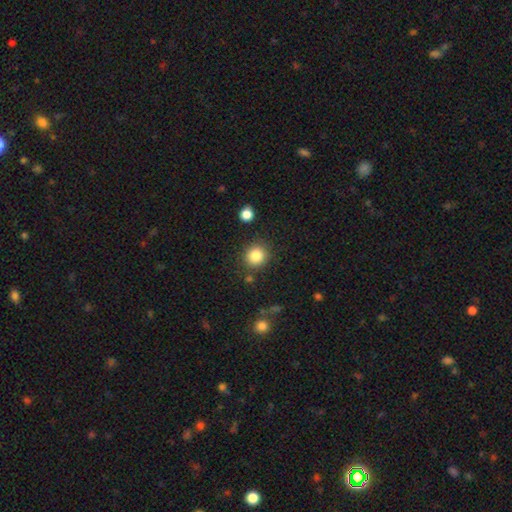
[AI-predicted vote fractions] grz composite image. It shows a smooth galaxy with no disk features (85%) that is round (87%). Merging: none (85%).